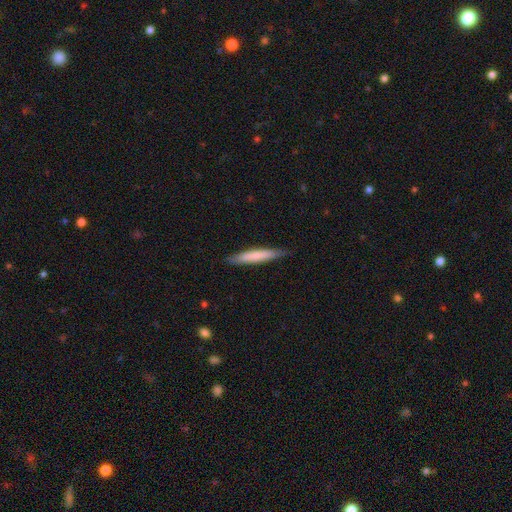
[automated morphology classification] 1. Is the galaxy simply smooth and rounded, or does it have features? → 71% smooth, 24% featured or disk, 5% star or artifact.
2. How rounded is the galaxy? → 93% cigar-shaped, 6% in between, 1% round.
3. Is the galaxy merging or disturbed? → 85% none, 12% minor disturbance, 2% major disturbance, 1% merger.